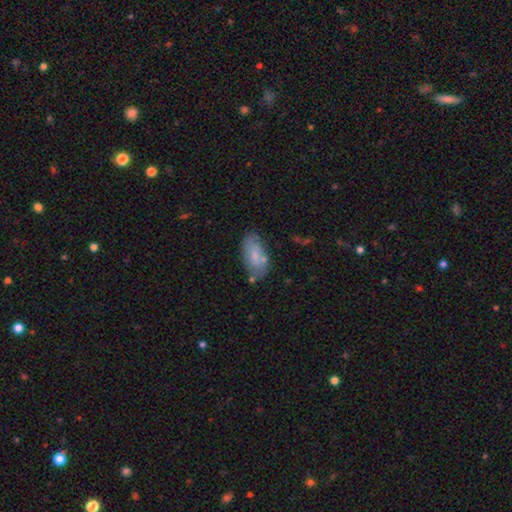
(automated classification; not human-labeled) A smooth galaxy with no disk features (67%) that is in between round and cigar-shaped (91%).

Vote fractions:
- Smooth or featured? smooth: 67% / featured or disk: 26% / star or artifact: 7%
- How rounded? in between: 91% / cigar-shaped: 6% / round: 3%
- Merging? none: 67% / minor disturbance: 20% / merger: 8% / major disturbance: 5%